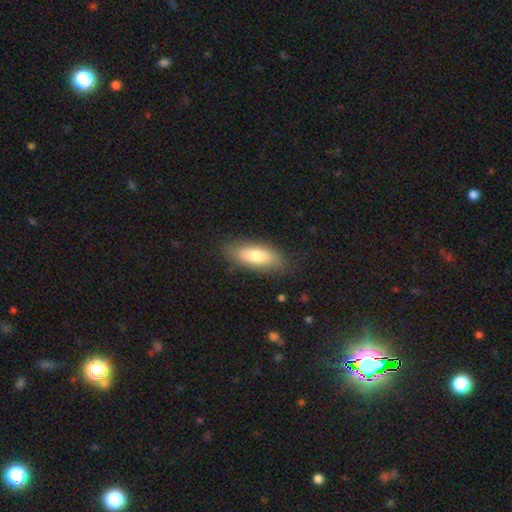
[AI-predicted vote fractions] Overall: smooth (73%). How rounded: in between (78%). Merging: none (82%).